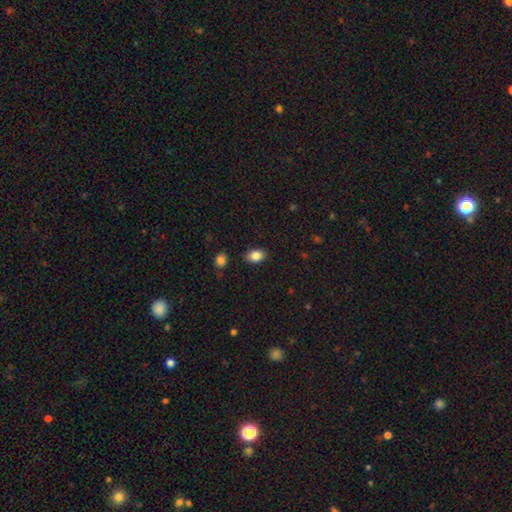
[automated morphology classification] This appears to be a smooth galaxy with no disk features (86%) that is in between round and cigar-shaped (78%). Merging: none (86%).